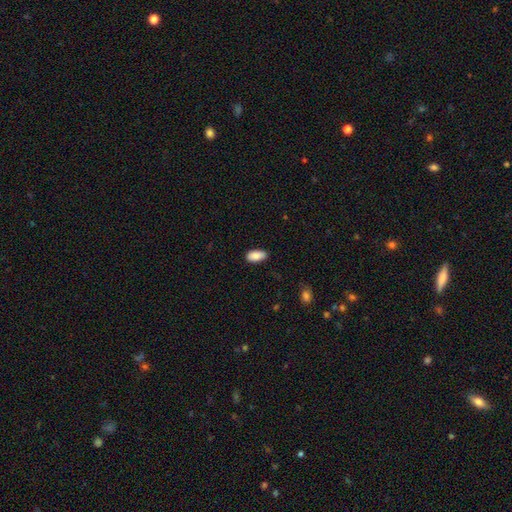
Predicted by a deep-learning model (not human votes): Q: Smooth or featured?
A: smooth (88%); runner-up: star or artifact (7%)
Q: How rounded?
A: in between (92%); runner-up: cigar-shaped (6%)
Q: Merging?
A: none (84%); runner-up: minor disturbance (13%)